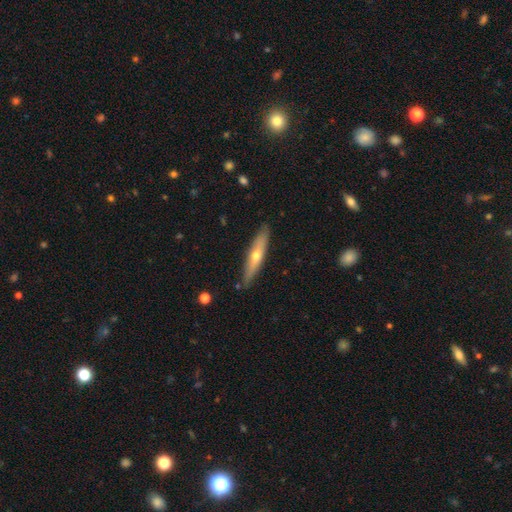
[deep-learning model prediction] Overall: featured or disk (51%; smooth 43%). Edge-on disk: yes (84%). Merging: none (87%).